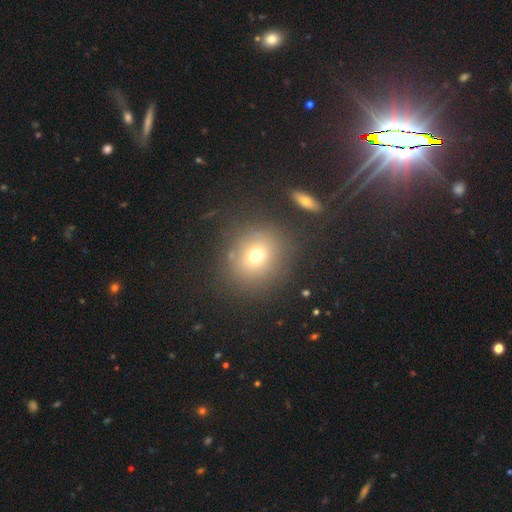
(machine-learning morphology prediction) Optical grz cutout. It shows a smooth galaxy with no disk features (70%) that is round (82%). Merging: none (81%).